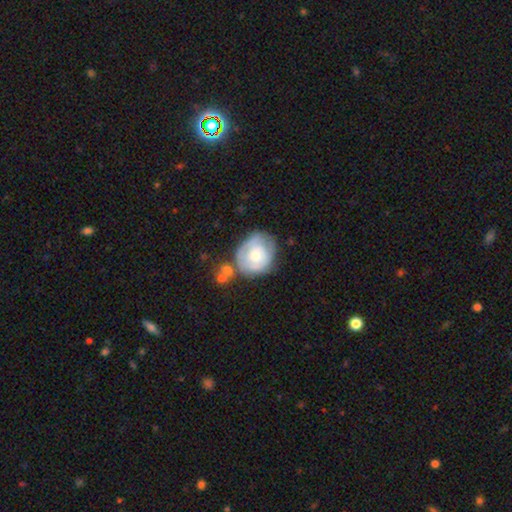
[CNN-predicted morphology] A smooth galaxy with no disk features (47%). Merging: none (50%).